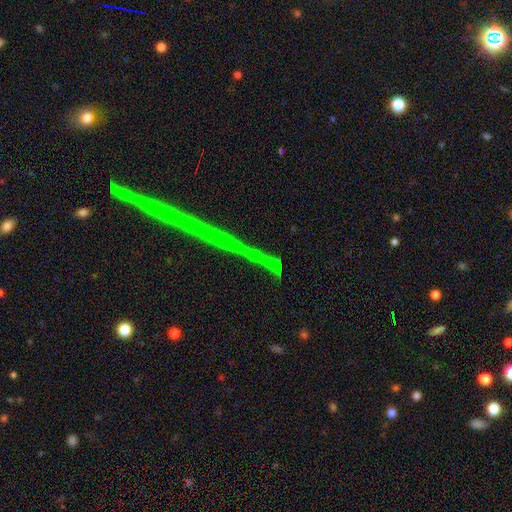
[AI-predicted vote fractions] Smooth or featured?
  - star or artifact: 76% *
  - featured or disk: 14%
  - smooth: 9%